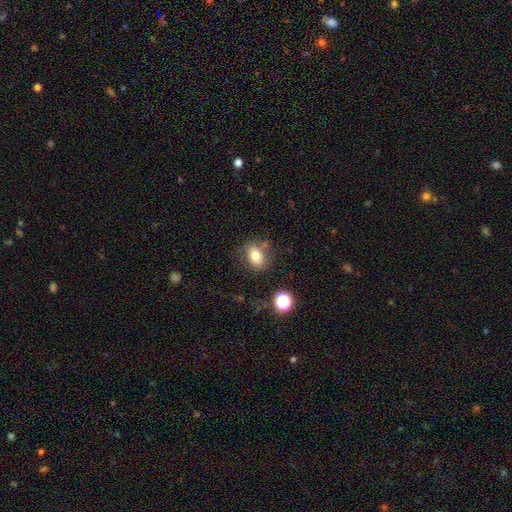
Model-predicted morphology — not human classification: A smooth galaxy with no disk features (77%) that is in between round and cigar-shaped (74%).

Vote fractions:
- Smooth or featured? smooth: 77% / featured or disk: 12% / star or artifact: 11%
- How rounded? in between: 74% / round: 24% / cigar-shaped: 2%
- Merging? none: 73% / minor disturbance: 15% / merger: 7% / major disturbance: 5%